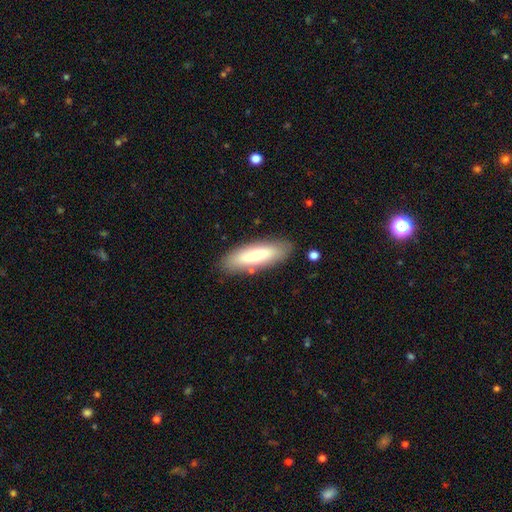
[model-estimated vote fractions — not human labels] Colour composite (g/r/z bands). It shows a smooth galaxy with no disk features (70%) that is in between round and cigar-shaped (52%). Merging: none (82%).